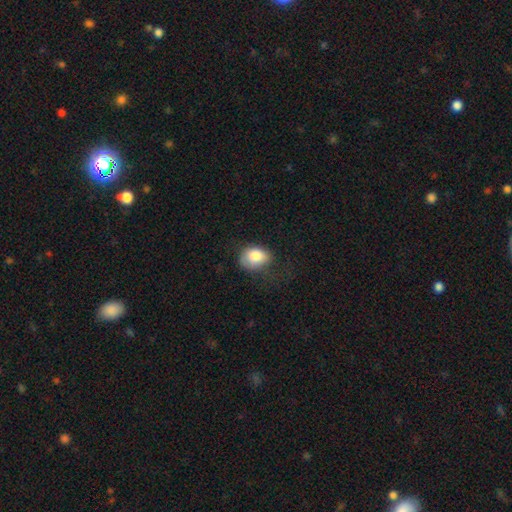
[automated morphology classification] type=smooth (82%); roundness=in between (65%); merging=none (49%).